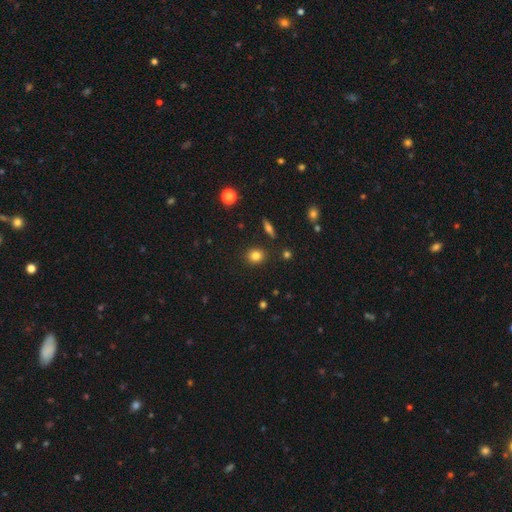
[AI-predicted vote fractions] Q: Smooth or featured?
A: smooth (82%); runner-up: star or artifact (11%)
Q: How rounded?
A: round (75%); runner-up: in between (24%)
Q: Merging?
A: none (88%); runner-up: minor disturbance (7%)